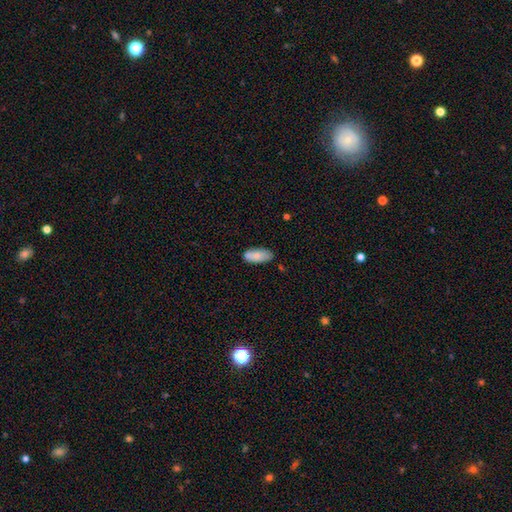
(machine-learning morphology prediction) smooth_or_featured: smooth (p=0.81) [alt: featured or disk p=0.12]
how_rounded: in between (p=0.86) [alt: cigar-shaped p=0.12]
merging: none (p=0.71) [alt: minor disturbance p=0.20]